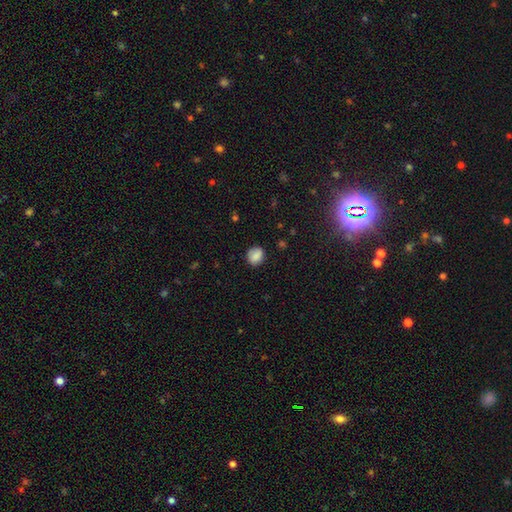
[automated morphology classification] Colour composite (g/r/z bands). It shows a smooth galaxy with no disk features (86%) that is round (71%). Merging: none (80%).